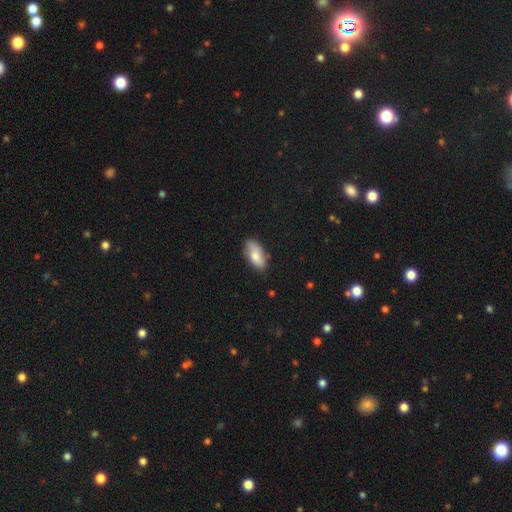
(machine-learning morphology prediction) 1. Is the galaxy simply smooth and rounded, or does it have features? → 75% smooth, 19% featured or disk, 7% star or artifact.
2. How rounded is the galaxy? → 90% in between, 7% cigar-shaped, 3% round.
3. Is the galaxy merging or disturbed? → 75% none, 20% minor disturbance, 3% major disturbance, 2% merger.